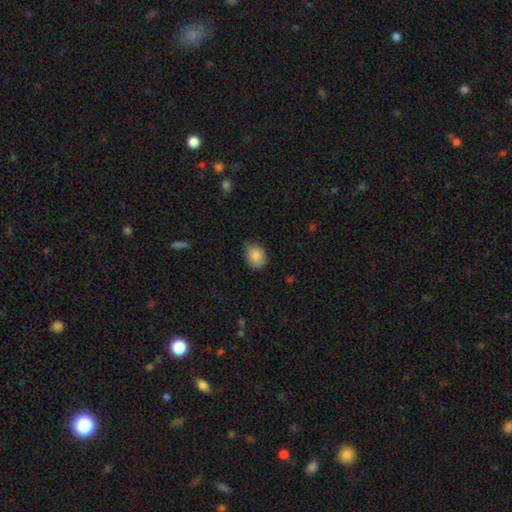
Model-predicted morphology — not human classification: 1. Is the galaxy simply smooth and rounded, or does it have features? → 87% smooth, 7% star or artifact, 6% featured or disk.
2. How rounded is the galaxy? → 55% in between, 44% round, 1% cigar-shaped.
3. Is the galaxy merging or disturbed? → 63% none, 31% minor disturbance, 5% major disturbance, 1% merger.